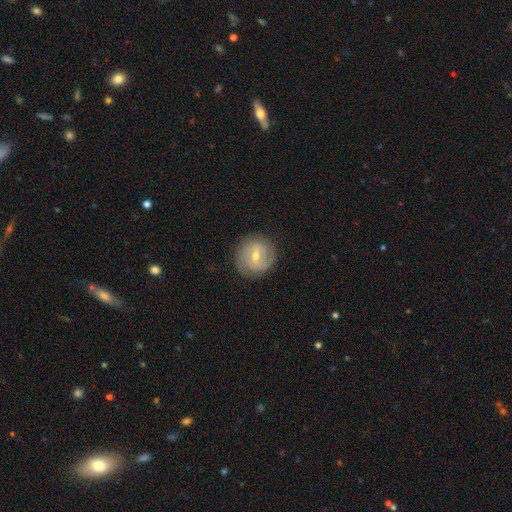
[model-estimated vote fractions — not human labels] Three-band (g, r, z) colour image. It shows a featured or disk galaxy (71%) with a weak bar (54%), 2 (58%) tight (55%) spiral arms (85%) and a small central bulge (50%). Merging: none (84%).